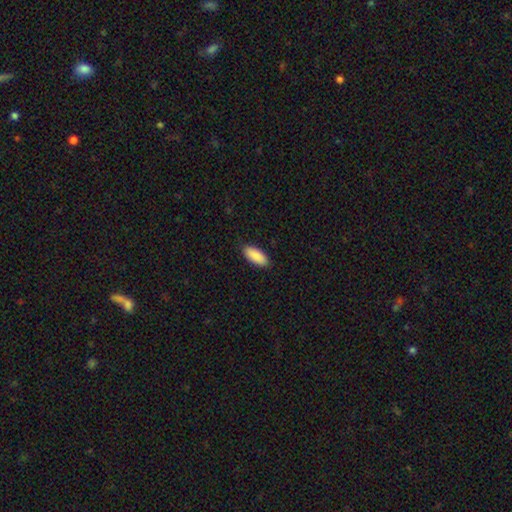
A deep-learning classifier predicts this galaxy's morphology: Overall: smooth (91%). How rounded: in between (83%). Merging: none (89%).